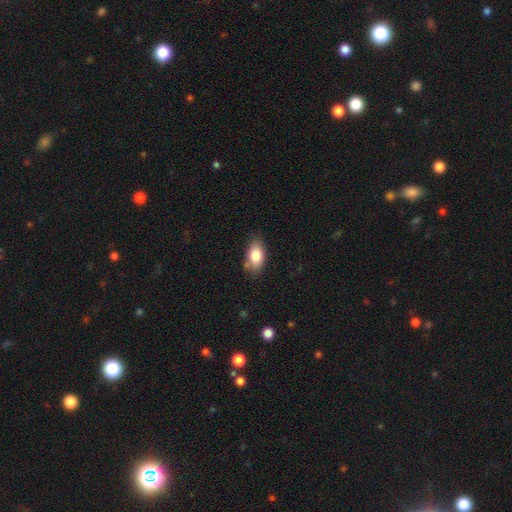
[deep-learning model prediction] A smooth galaxy with no disk features (81%) that is in between round and cigar-shaped (90%). Merging: none (77%).